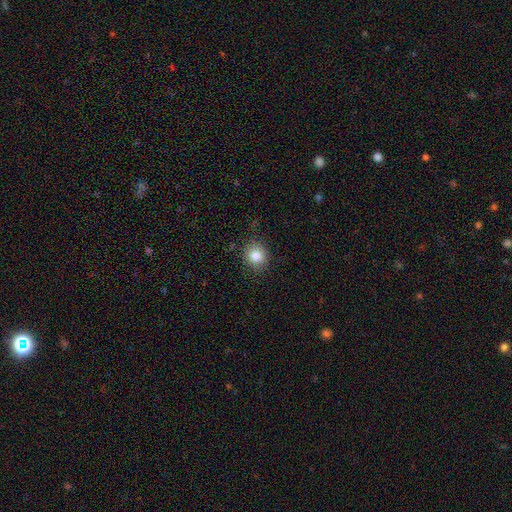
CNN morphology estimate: Q: Smooth or featured?
A: smooth (83%); runner-up: star or artifact (11%)
Q: How rounded?
A: round (82%); runner-up: in between (18%)
Q: Merging?
A: none (86%); runner-up: minor disturbance (11%)